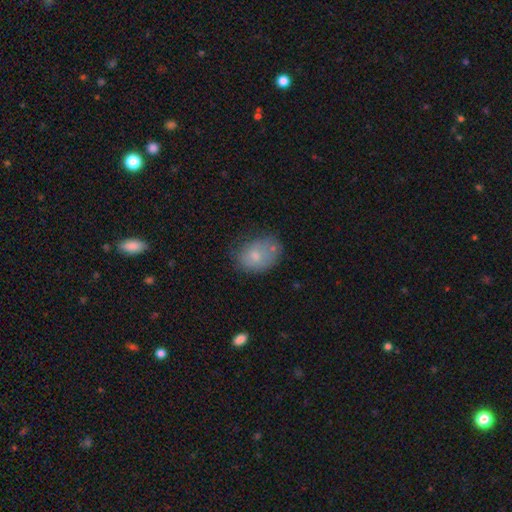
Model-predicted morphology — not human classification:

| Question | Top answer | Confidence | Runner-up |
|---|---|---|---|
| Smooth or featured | smooth | 73% | featured or disk (19%) |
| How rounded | in between | 66% | round (33%) |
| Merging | none | 50% | minor disturbance (29%) |